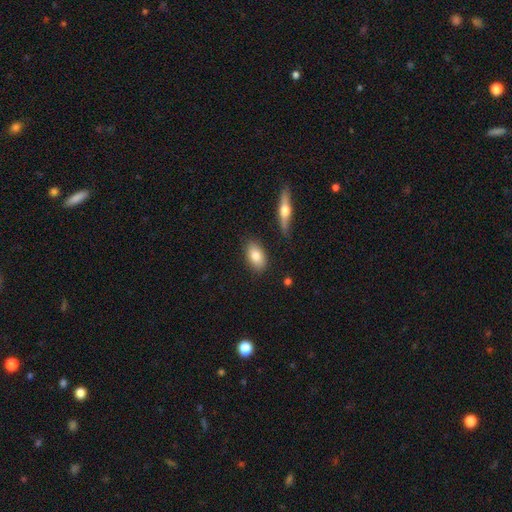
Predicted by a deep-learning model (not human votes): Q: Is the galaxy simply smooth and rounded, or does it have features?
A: smooth — 78%.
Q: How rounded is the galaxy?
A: in between — 89%.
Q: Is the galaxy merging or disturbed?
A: none — 83%.